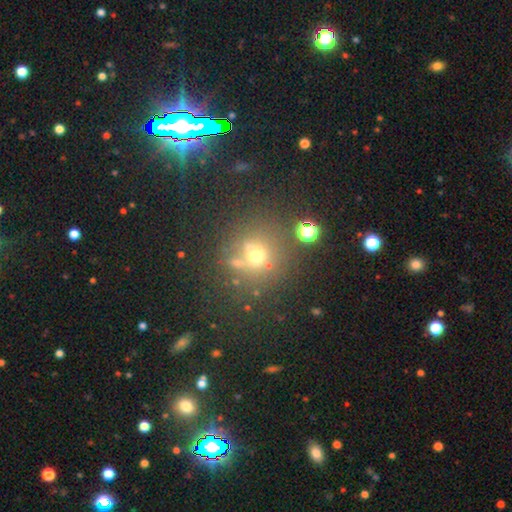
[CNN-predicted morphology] This appears to be a smooth galaxy with no disk features (55%) that is round (88%). Merging: none (67%).